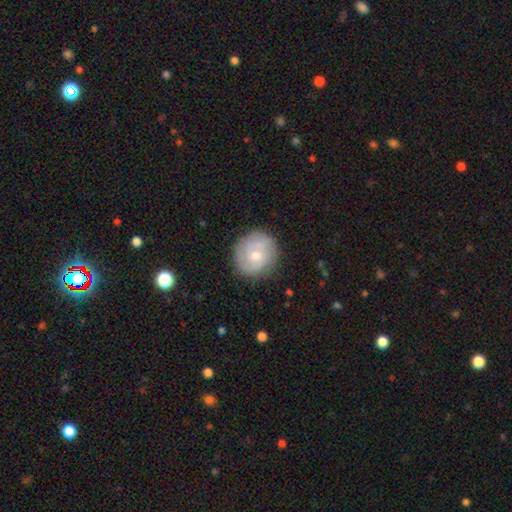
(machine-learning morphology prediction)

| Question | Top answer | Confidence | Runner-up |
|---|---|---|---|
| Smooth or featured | featured or disk | 50% | smooth (42%) |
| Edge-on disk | no | 97% | yes (3%) |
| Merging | none | 84% | minor disturbance (12%) |